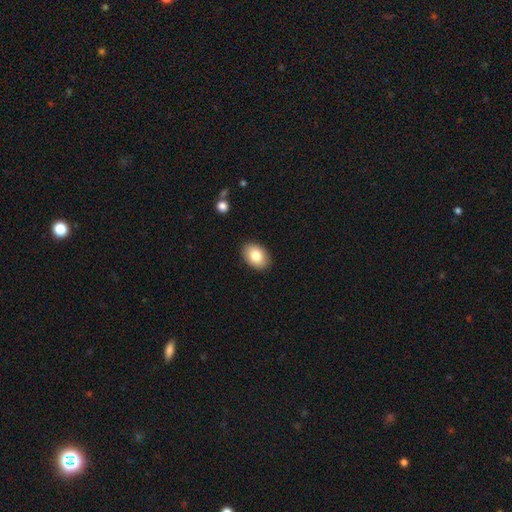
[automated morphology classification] smooth 83%, featured or disk 10%, star or artifact 7%. Down the decision tree: how rounded — in between (84%); merging — none (90%).